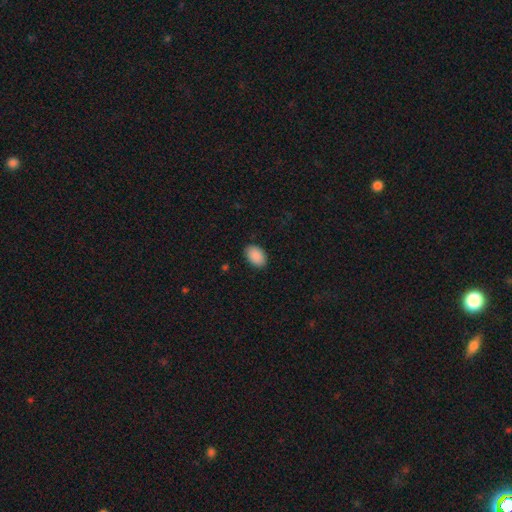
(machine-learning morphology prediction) Q: Smooth or featured?
A: smooth (91%); runner-up: star or artifact (7%)
Q: How rounded?
A: in between (89%); runner-up: round (10%)
Q: Merging?
A: none (89%); runner-up: minor disturbance (8%)